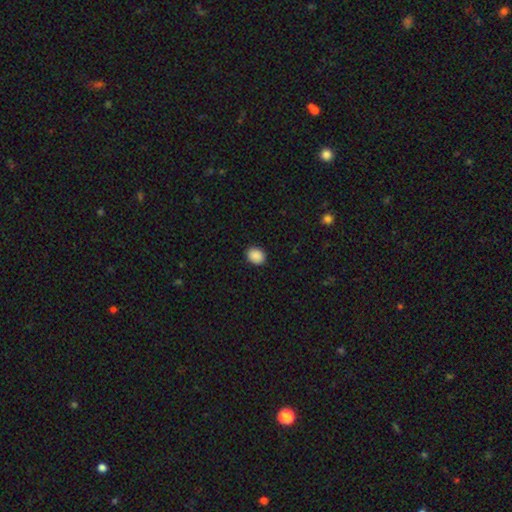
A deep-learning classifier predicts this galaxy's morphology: Smooth or featured? Predicted: smooth (p=0.90). How rounded? Predicted: round (p=0.50). Merging? Predicted: none (p=0.91).